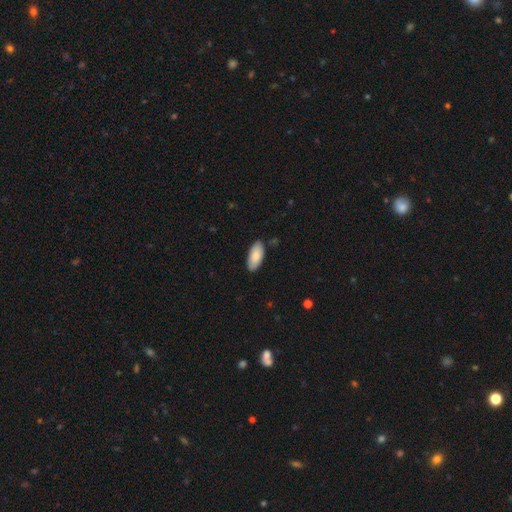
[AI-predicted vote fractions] Overall: smooth (86%). How rounded: in between (90%). Merging: none (86%).